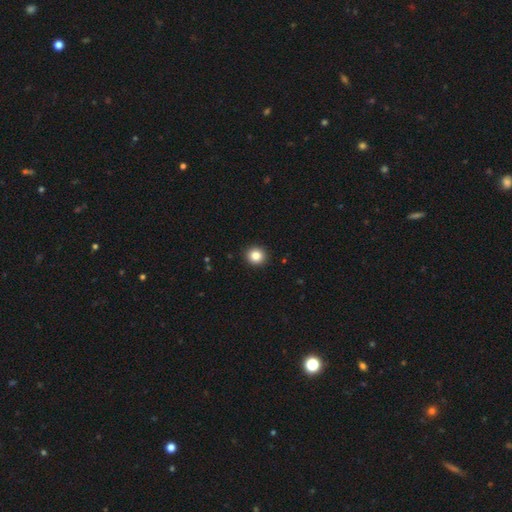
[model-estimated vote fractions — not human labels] Smooth or featured? smooth (85%)
How rounded? round (89%)
Merging? none (93%)